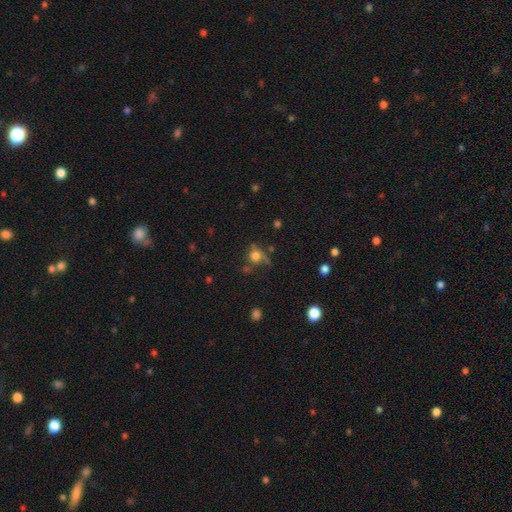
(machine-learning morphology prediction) The model was most divided on "merging": none: 54%, minor disturbance: 20%, major disturbance: 15%, merger: 12%. More confident: how rounded — round (85%); smooth or featured — smooth (73%).